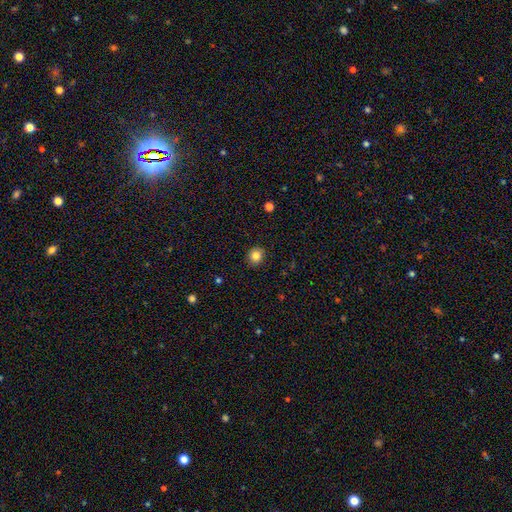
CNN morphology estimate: This appears to be a smooth galaxy with no disk features (83%) that is round (81%). Merging: none (90%).